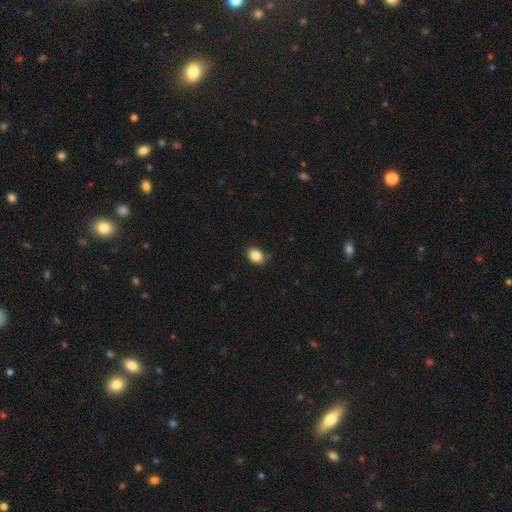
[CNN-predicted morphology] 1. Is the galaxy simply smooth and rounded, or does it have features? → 86% smooth, 9% star or artifact, 5% featured or disk.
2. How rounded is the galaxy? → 70% in between, 29% round, 1% cigar-shaped.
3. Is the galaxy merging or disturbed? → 82% none, 14% minor disturbance, 3% major disturbance, 2% merger.